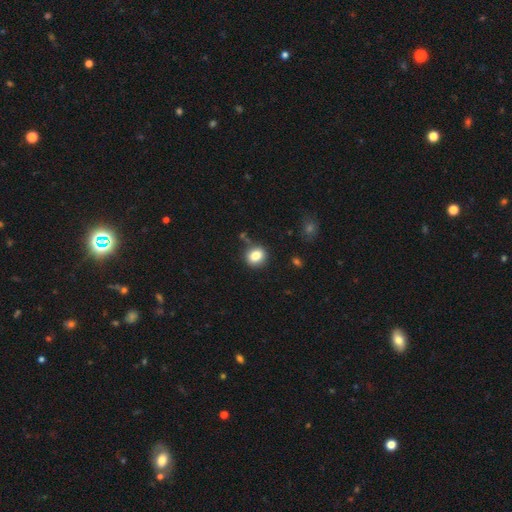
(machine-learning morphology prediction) smooth 81%, star or artifact 10%, featured or disk 8%. Down the decision tree: how rounded — round (68%); merging — none (78%).